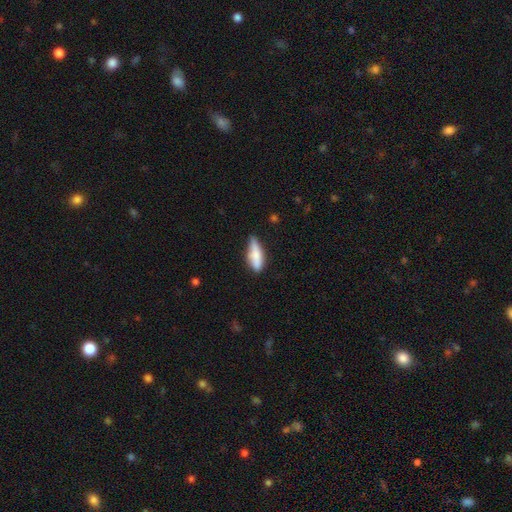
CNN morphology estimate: Smooth or featured? smooth (71%)
How rounded? cigar-shaped (50%)
Merging? none (62%)